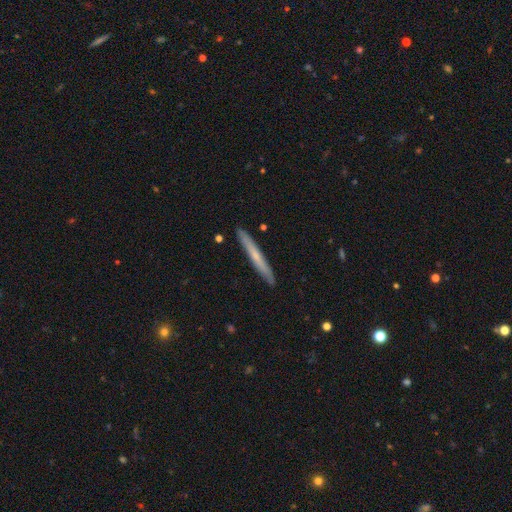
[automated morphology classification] smooth_or_featured: smooth (p=0.51) [alt: featured or disk p=0.44]
how_rounded: cigar-shaped (p=0.97) [alt: in between p=0.02]
merging: none (p=0.91) [alt: minor disturbance p=0.07]